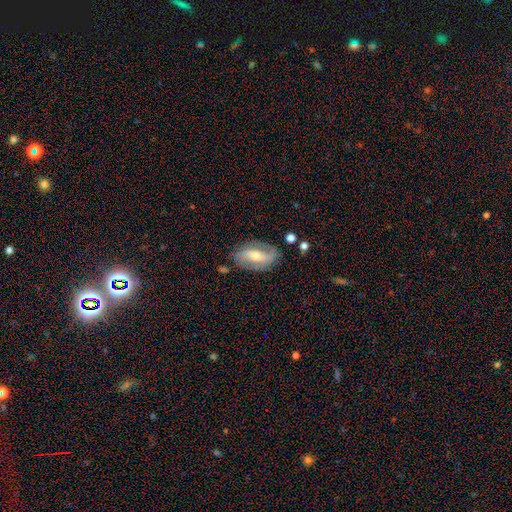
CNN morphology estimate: Smooth or featured?
  - featured or disk: 72% *
  - smooth: 22%
  - star or artifact: 6%
Edge-on disk?
  - no: 91% *
  - yes: 9%
Bar?
  - strong: 50% *
  - weak: 30%
  - no: 20%
Spiral arms?
  - yes: 79% *
  - no: 21%
Spiral winding?
  - medium: 39% *
  - loose: 31%
  - tight: 30%
Spiral arm count?
  - 2: 79% *
  - can't tell: 10%
  - 1: 7%
  - 3: 1%
  - 4: 1%
  - more than 4: 1%
Bulge size?
  - moderate: 61% *
  - small: 33%
  - large: 4%
  - none: 1%
  - dominant: 1%
Merging?
  - none: 77% *
  - minor disturbance: 15%
  - major disturbance: 5%
  - merger: 2%